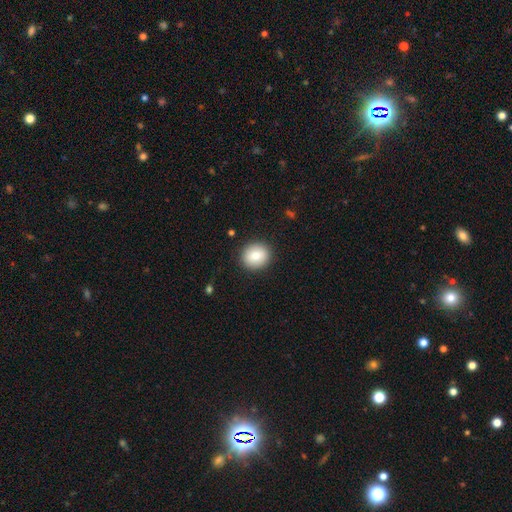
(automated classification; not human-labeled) Smooth or featured: smooth — 81% (featured or disk — 10%)
How rounded: round — 84% (in between — 15%)
Merging: none — 90% (minor disturbance — 7%)